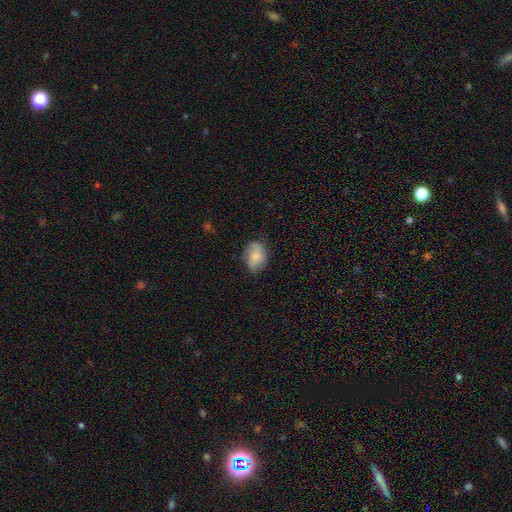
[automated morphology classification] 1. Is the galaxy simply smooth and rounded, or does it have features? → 74% smooth, 18% featured or disk, 7% star or artifact.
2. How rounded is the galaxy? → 76% in between, 22% round, 1% cigar-shaped.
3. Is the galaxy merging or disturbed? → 69% none, 24% minor disturbance, 6% major disturbance, 1% merger.